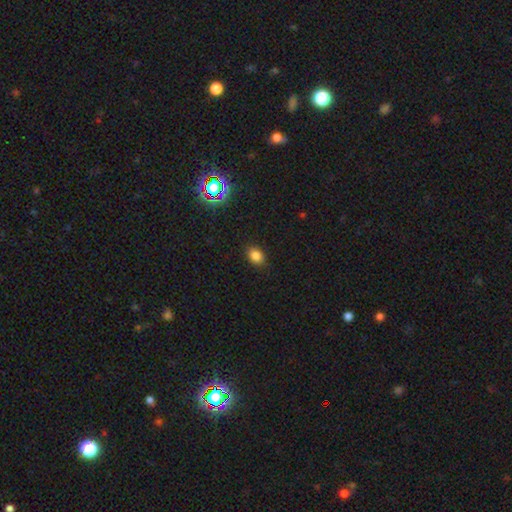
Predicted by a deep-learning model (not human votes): smooth-or-featured: smooth: 83% | star or artifact: 13% | featured or disk: 4%
  how-rounded: in between: 67% | round: 32% | cigar-shaped: 1%
  merging: none: 88% | minor disturbance: 9% | major disturbance: 2% | merger: 1%